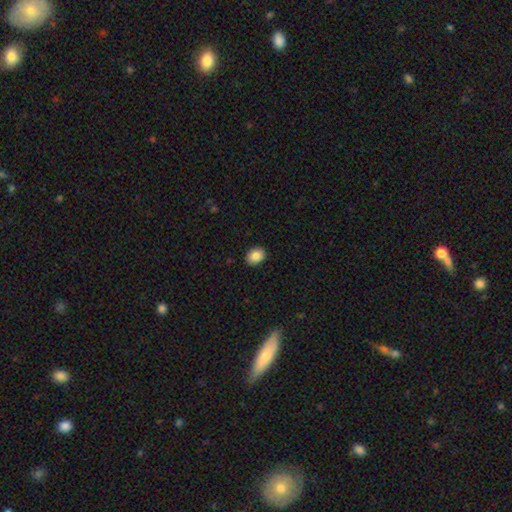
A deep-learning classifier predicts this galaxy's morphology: A smooth galaxy with no disk features (87%) that is in between round and cigar-shaped (61%).

Vote fractions:
- Smooth or featured? smooth: 87% / star or artifact: 8% / featured or disk: 5%
- How rounded? in between: 61% / round: 38% / cigar-shaped: 1%
- Merging? none: 90% / minor disturbance: 8% / major disturbance: 2% / merger: 1%